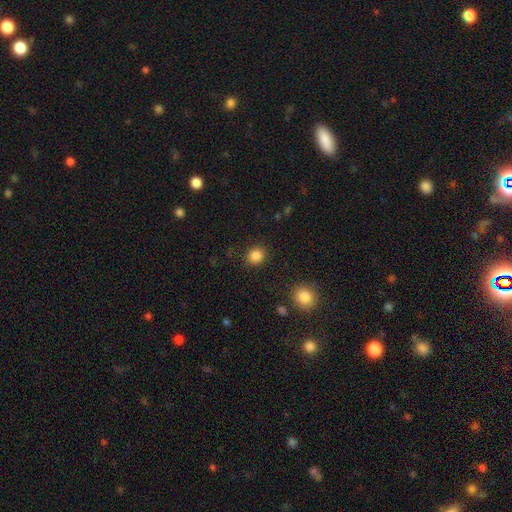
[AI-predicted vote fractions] smooth 86%, star or artifact 10%, featured or disk 4%. Down the decision tree: how rounded — round (73%); merging — none (87%).